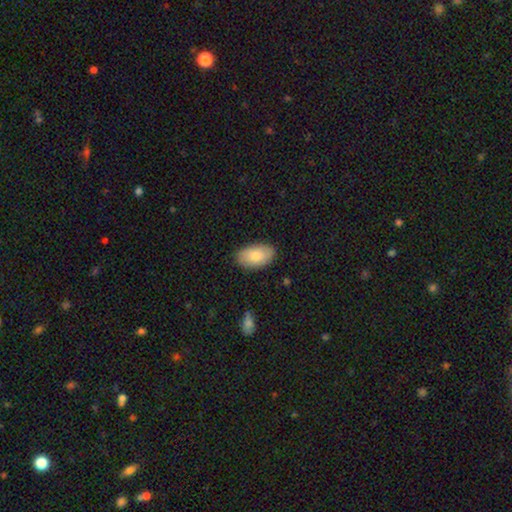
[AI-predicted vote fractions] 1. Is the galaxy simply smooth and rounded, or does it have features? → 81% smooth, 13% featured or disk, 6% star or artifact.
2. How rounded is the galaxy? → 94% in between, 4% round, 2% cigar-shaped.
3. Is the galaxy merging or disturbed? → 86% none, 11% minor disturbance, 2% major disturbance, 1% merger.